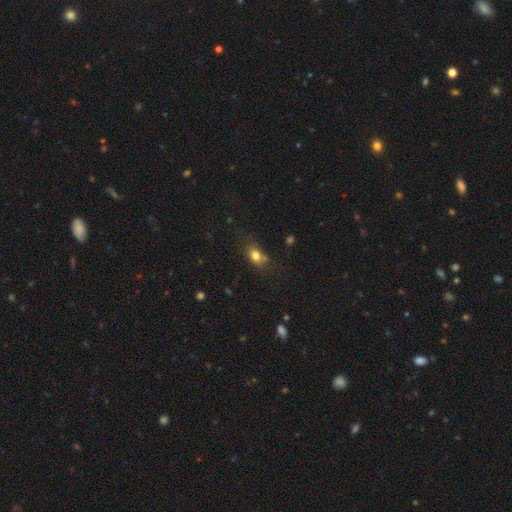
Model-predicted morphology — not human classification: Q: Smooth or featured?
A: smooth (79%); runner-up: star or artifact (12%)
Q: How rounded?
A: in between (66%); runner-up: round (31%)
Q: Merging?
A: none (62%); runner-up: minor disturbance (20%)